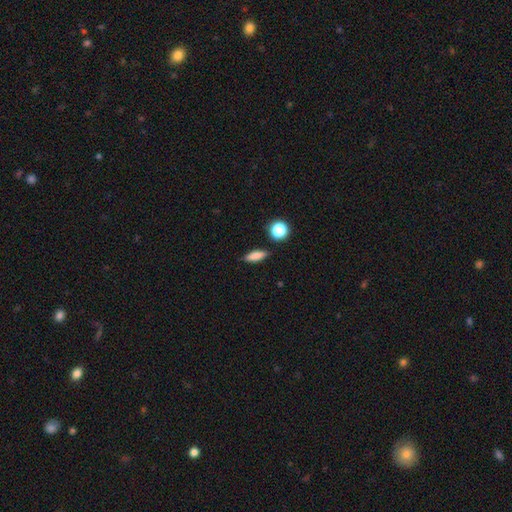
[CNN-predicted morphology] A smooth galaxy with no disk features (80%) that is in between round and cigar-shaped (48%).

Vote fractions:
- Smooth or featured? smooth: 80% / featured or disk: 11% / star or artifact: 9%
- How rounded? in between: 48% / cigar-shaped: 44% / round: 8%
- Merging? none: 84% / minor disturbance: 10% / merger: 3% / major disturbance: 2%